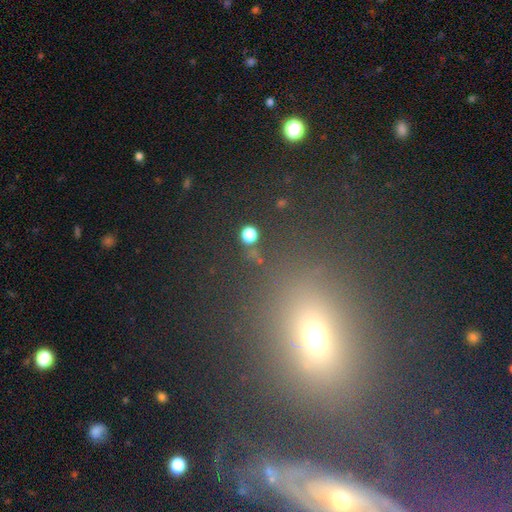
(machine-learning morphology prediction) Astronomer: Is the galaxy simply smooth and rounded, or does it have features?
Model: smooth — 47% (runner-up: star or artifact, 41%).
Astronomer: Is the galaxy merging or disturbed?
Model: none — 79%.